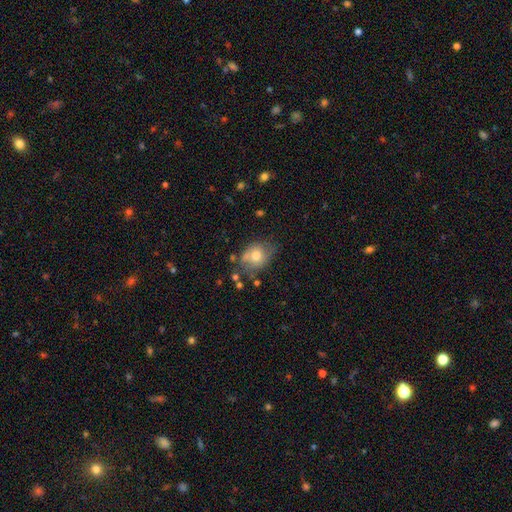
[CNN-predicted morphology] The model was most divided on "how rounded": in between: 54%, round: 45%, cigar-shaped: 1%. More confident: smooth or featured — smooth (69%); merging — none (55%).